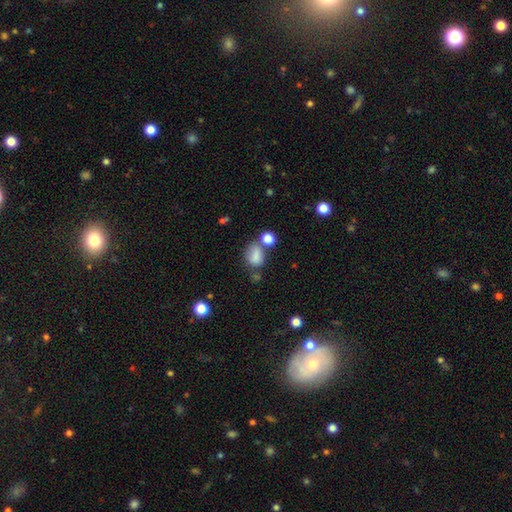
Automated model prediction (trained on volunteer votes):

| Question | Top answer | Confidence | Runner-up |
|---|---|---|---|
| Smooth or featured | smooth | 79% | star or artifact (11%) |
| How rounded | in between | 68% | round (30%) |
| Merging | none | 44% | merger (25%) |